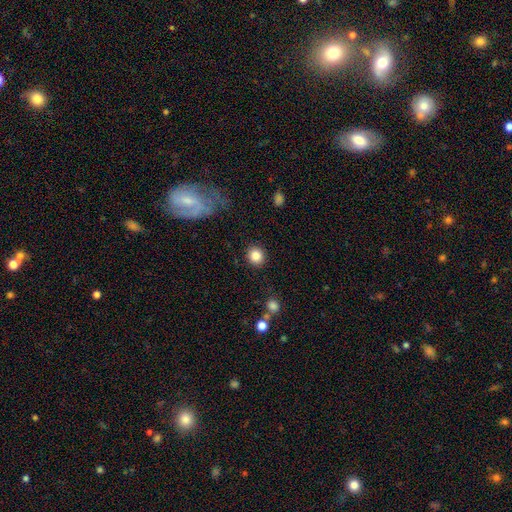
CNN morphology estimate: Smooth or featured?
  - smooth: 86% *
  - star or artifact: 9%
  - featured or disk: 5%
How rounded?
  - round: 87% *
  - in between: 12%
  - cigar-shaped: 1%
Merging?
  - none: 88% *
  - minor disturbance: 7%
  - major disturbance: 3%
  - merger: 2%